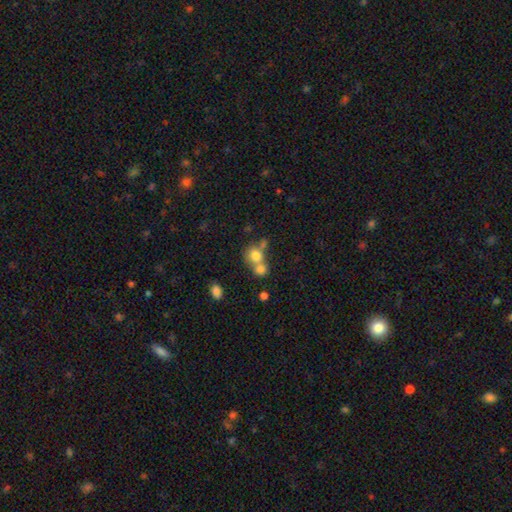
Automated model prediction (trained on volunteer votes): Smooth or featured? Predicted: smooth (p=0.75). How rounded? Predicted: round (p=0.76). Merging? Predicted: merger (p=0.57).